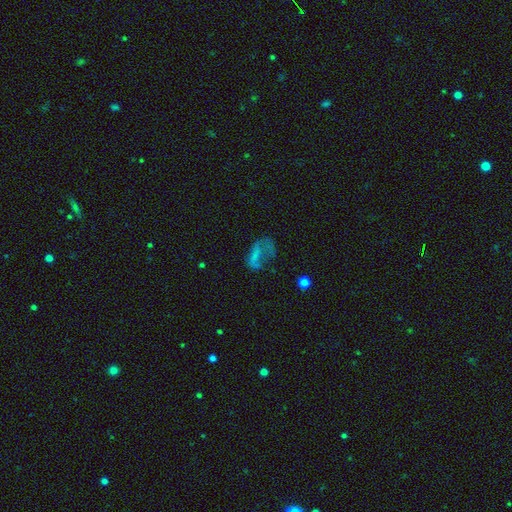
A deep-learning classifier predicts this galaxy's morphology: Q: Smooth or featured?
A: smooth (48%); runner-up: featured or disk (33%)
Q: Merging?
A: major disturbance (44%); runner-up: none (30%)